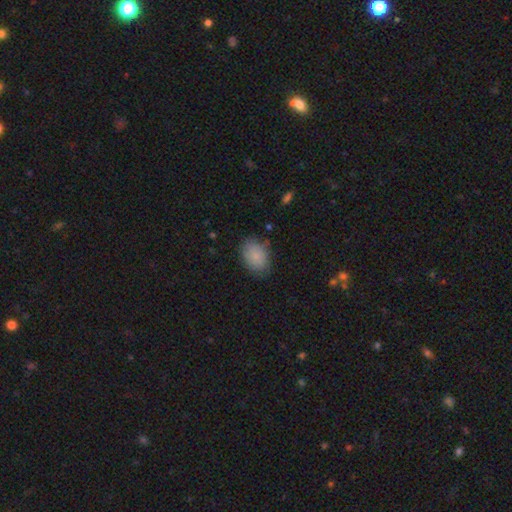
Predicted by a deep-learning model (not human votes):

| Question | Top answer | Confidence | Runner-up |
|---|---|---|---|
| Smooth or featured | smooth | 85% | featured or disk (8%) |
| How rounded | in between | 77% | round (22%) |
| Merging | none | 75% | minor disturbance (18%) |